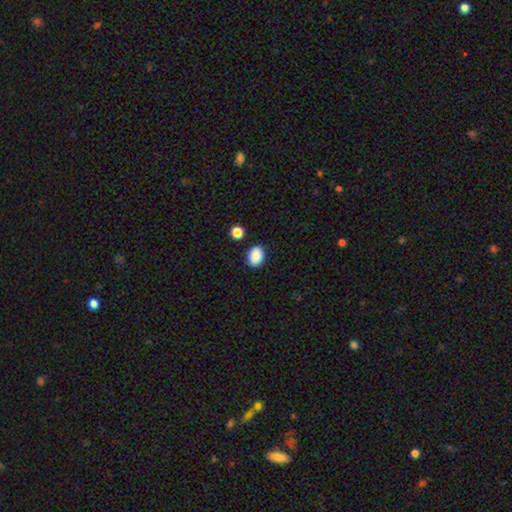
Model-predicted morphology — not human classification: Smooth or featured?
  - smooth: 88% *
  - star or artifact: 8%
  - featured or disk: 3%
How rounded?
  - in between: 73% *
  - round: 26%
  - cigar-shaped: 1%
Merging?
  - none: 84% *
  - minor disturbance: 10%
  - merger: 3%
  - major disturbance: 3%